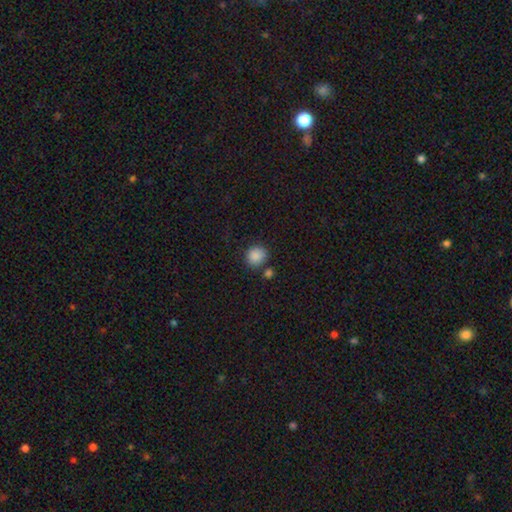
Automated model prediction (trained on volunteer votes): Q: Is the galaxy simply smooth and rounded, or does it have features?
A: smooth — 88%.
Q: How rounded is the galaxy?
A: round — 84%.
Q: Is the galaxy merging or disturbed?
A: none — 75%.